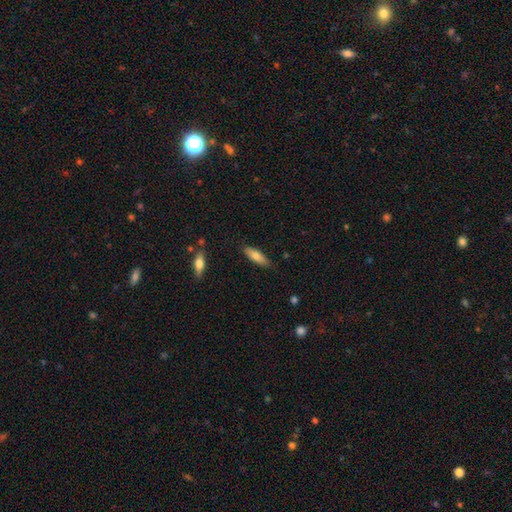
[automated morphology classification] type=smooth (72%); roundness=in between (49%, tied with cigar-shaped); merging=none (83%).